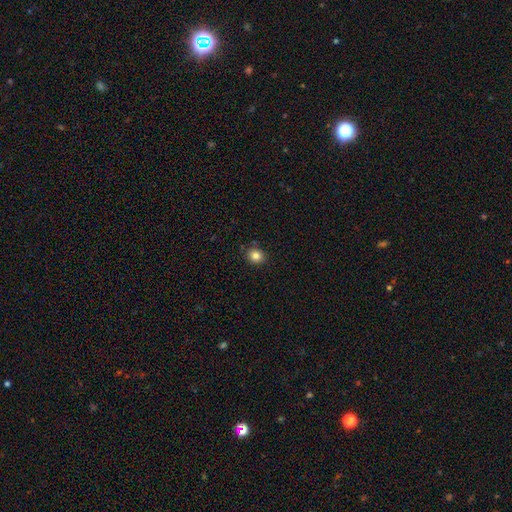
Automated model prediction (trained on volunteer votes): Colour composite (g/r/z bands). It shows a smooth galaxy with no disk features (82%) that is round (75%). Merging: none (87%).